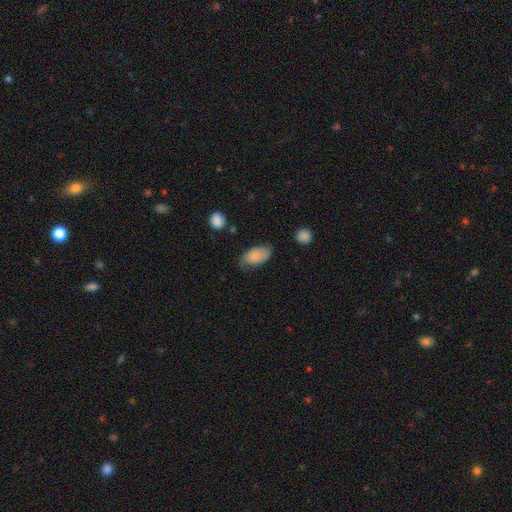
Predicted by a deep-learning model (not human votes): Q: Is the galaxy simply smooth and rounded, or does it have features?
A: smooth — 78%.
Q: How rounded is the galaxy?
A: in between — 94%.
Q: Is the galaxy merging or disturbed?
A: none — 59%.